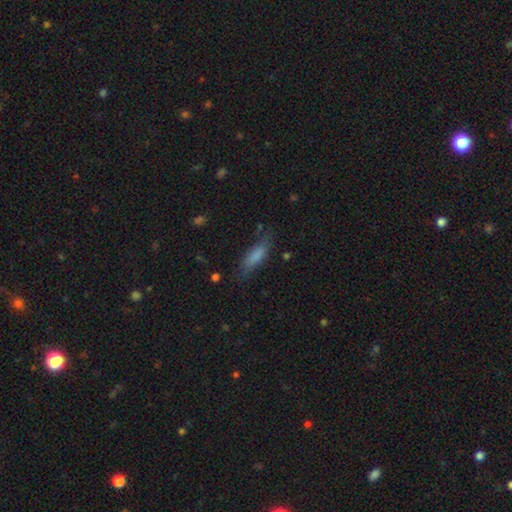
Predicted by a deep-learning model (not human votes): Smooth or featured? Predicted: smooth (p=0.77). How rounded? Predicted: cigar-shaped (p=0.51). Merging? Predicted: none (p=0.71).